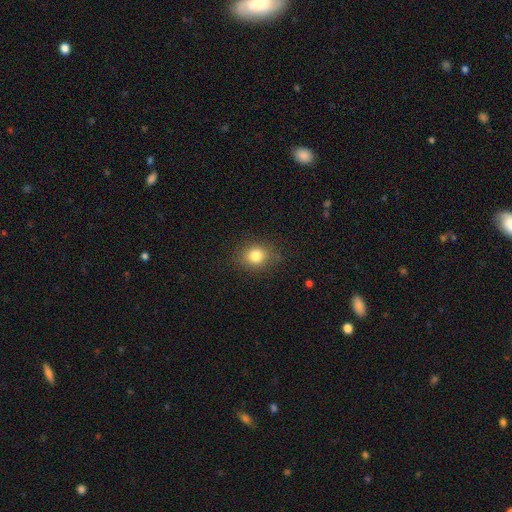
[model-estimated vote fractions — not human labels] smooth_or_featured: smooth (p=0.81) [alt: star or artifact p=0.11]
how_rounded: round (p=0.59) [alt: in between p=0.39]
merging: none (p=0.83) [alt: minor disturbance p=0.13]